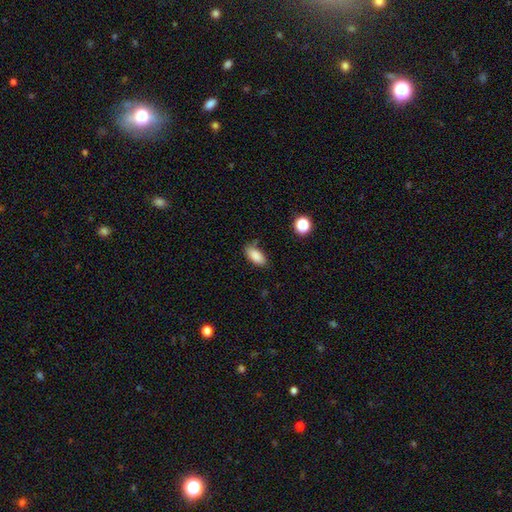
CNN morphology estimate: Smooth or featured? Predicted: smooth (p=0.87). How rounded? Predicted: in between (p=0.89). Merging? Predicted: none (p=0.74).